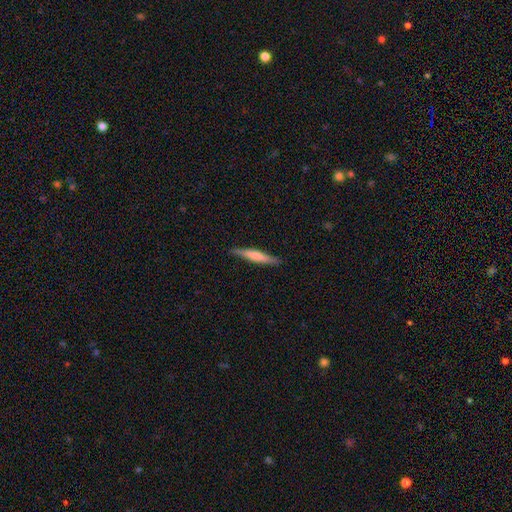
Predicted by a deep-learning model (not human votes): Smooth or featured? smooth (57%)
How rounded? cigar-shaped (93%)
Merging? none (88%)